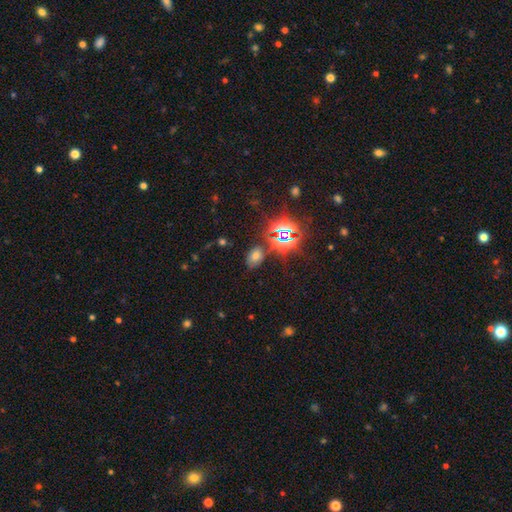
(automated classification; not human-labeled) Smooth or featured? smooth (56%)
How rounded? in between (79%)
Merging? none (76%)